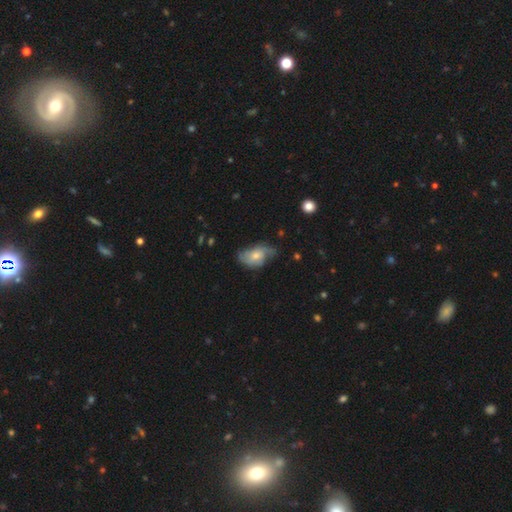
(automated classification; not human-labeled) A featured or disk galaxy (58%) with no bar (76%), spiral arms (82%) and a moderate central bulge (53%).

Vote fractions:
- Smooth or featured? featured or disk: 58% / smooth: 35% / star or artifact: 8%
- Edge-on disk? no: 95% / yes: 5%
- Bar? no: 76% / weak: 21% / strong: 3%
- Spiral arms? yes: 82% / no: 18%
- Bulge size? moderate: 53% / small: 37% / large: 5% / none: 3% / dominant: 1%
- Merging? none: 50% / minor disturbance: 33% / major disturbance: 16% / merger: 2%